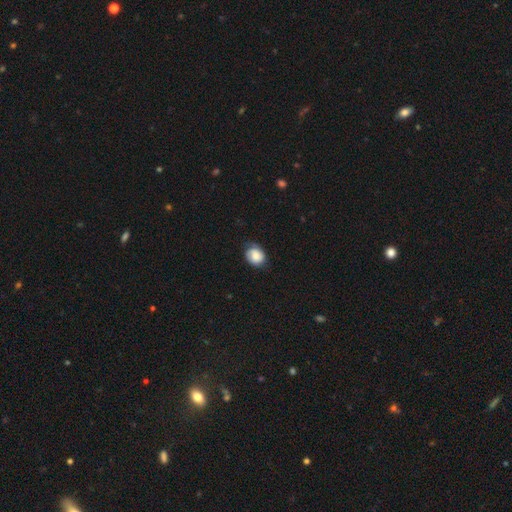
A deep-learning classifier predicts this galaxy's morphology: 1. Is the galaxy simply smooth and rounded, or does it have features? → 66% smooth, 26% featured or disk, 8% star or artifact.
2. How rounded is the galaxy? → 52% round, 47% in between, 1% cigar-shaped.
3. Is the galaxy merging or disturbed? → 62% none, 29% minor disturbance, 8% major disturbance, 1% merger.